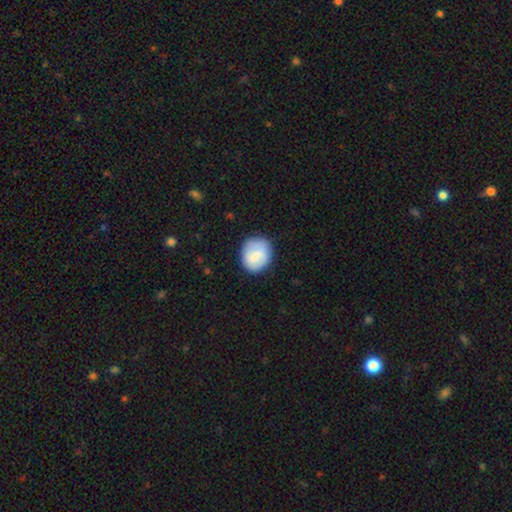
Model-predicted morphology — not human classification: type=smooth (69%); roundness=round (67%); merging=none (76%).